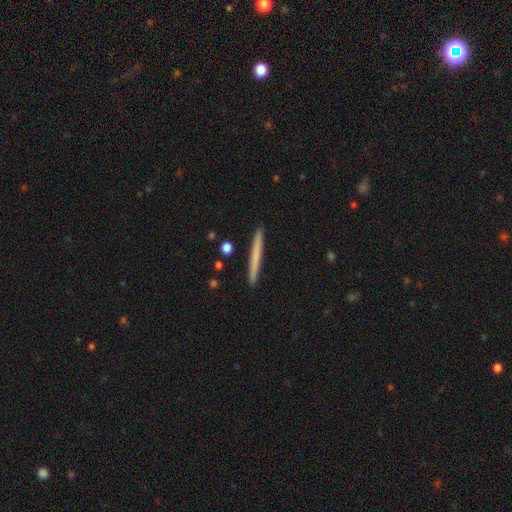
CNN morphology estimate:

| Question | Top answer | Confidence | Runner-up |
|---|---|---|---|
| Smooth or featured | smooth | 62% | featured or disk (32%) |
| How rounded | cigar-shaped | 97% | in between (2%) |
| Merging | none | 93% | minor disturbance (5%) |